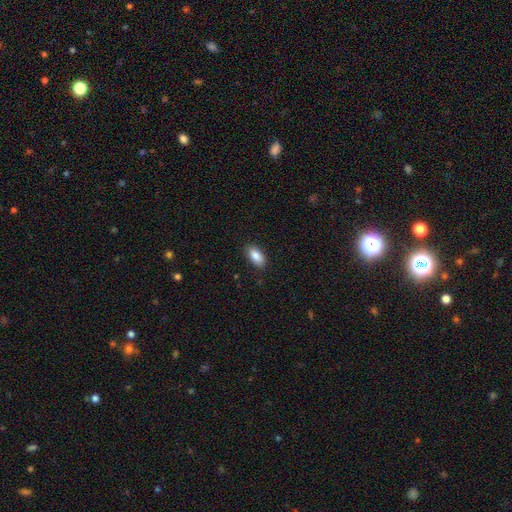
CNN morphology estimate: The model was most divided on "merging": none: 87%, minor disturbance: 10%, major disturbance: 2%, merger: 1%. More confident: how rounded — in between (93%); smooth or featured — smooth (87%).